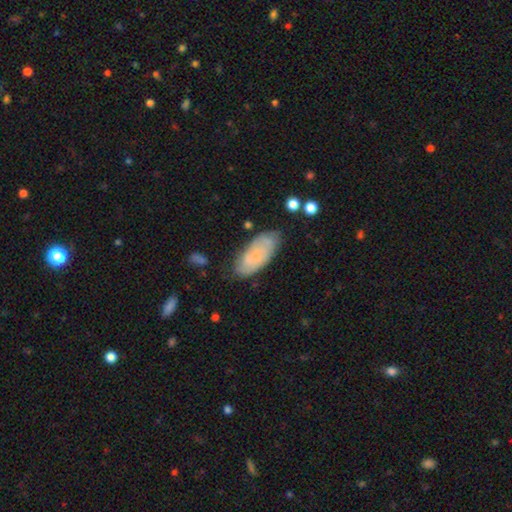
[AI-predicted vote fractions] smooth-or-featured: smooth: 51% | featured or disk: 43% | star or artifact: 7%
  how-rounded: in between: 88% | cigar-shaped: 10% | round: 3%
  merging: none: 71% | minor disturbance: 21% | major disturbance: 5% | merger: 3%